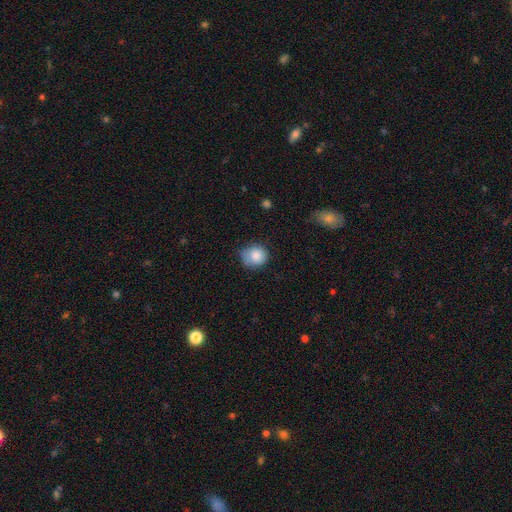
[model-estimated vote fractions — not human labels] This appears to be a smooth galaxy with no disk features (84%) that is round (80%). Merging: none (58%).